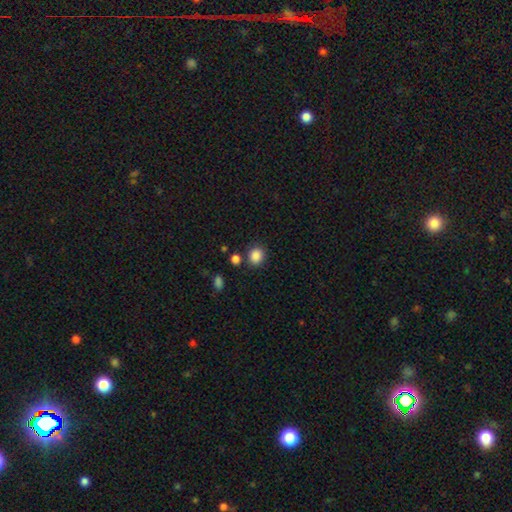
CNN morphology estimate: A smooth galaxy with no disk features (87%) that is round (73%).

Vote fractions:
- Smooth or featured? smooth: 87% / star or artifact: 10% / featured or disk: 3%
- How rounded? round: 73% / in between: 26% / cigar-shaped: 1%
- Merging? none: 81% / minor disturbance: 9% / merger: 6% / major disturbance: 3%